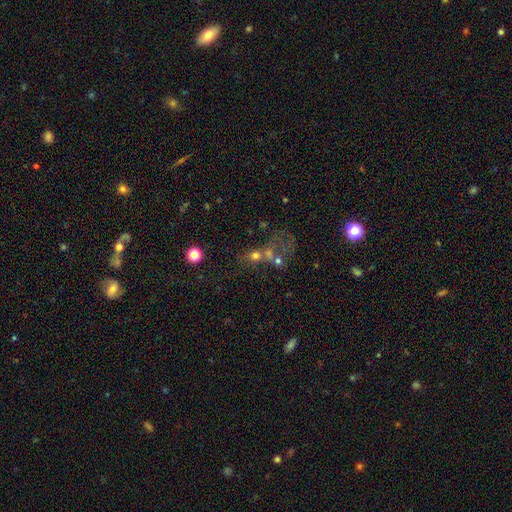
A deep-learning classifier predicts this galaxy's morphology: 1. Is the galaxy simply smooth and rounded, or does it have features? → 56% smooth, 23% featured or disk, 21% star or artifact.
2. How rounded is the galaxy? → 69% round, 29% in between, 3% cigar-shaped.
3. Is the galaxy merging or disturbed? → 52% merger, 27% none, 14% major disturbance, 8% minor disturbance.